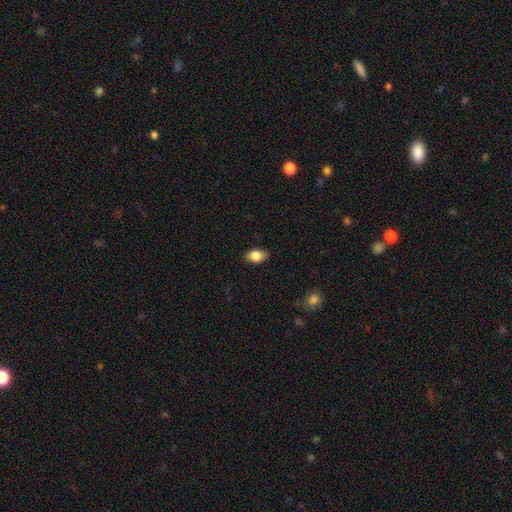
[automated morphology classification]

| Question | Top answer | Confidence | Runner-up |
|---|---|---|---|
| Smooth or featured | smooth | 84% | featured or disk (8%) |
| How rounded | in between | 86% | round (12%) |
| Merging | none | 84% | minor disturbance (12%) |